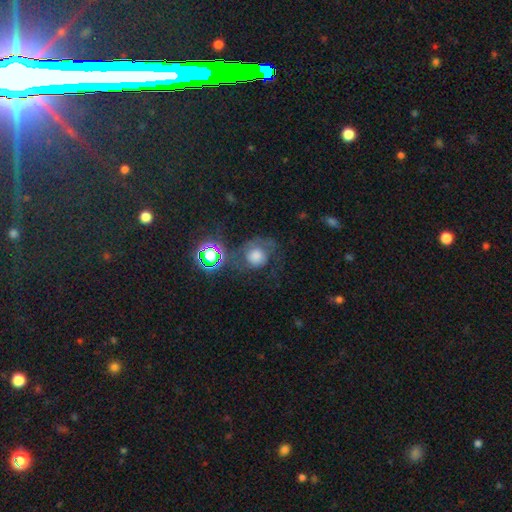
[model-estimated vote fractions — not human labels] smooth 51%, featured or disk 28%, star or artifact 20%. Down the decision tree: how rounded — round (80%); merging — none (43%).